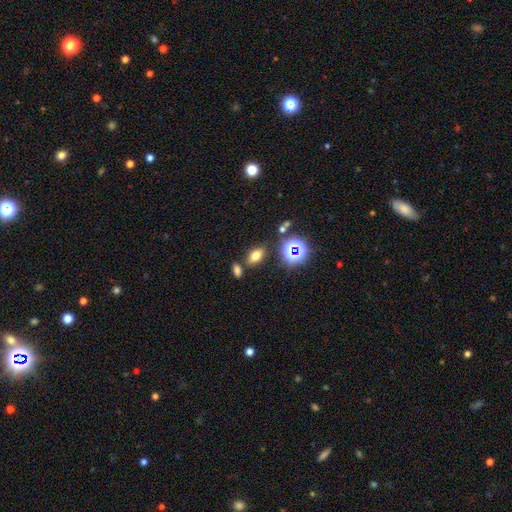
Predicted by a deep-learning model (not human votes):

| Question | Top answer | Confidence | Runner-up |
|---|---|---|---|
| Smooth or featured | smooth | 70% | star or artifact (20%) |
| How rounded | in between | 83% | round (15%) |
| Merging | none | 76% | merger (11%) |